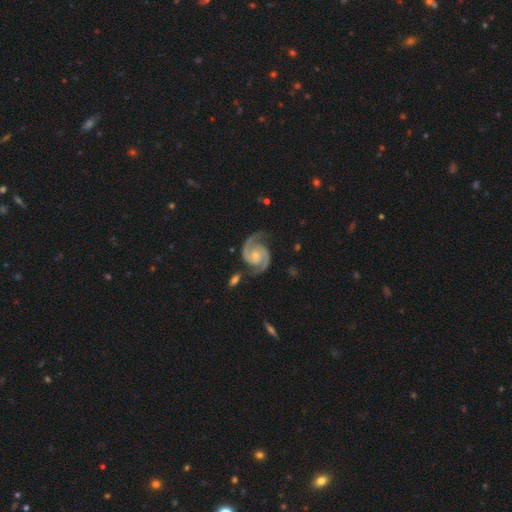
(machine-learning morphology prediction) smooth_or_featured: featured or disk (p=0.93) [alt: star or artifact p=0.04]
disk_edge_on: no (p=0.98) [alt: yes p=0.02]
bar: no (p=0.66) [alt: weak p=0.26]
has_spiral_arms: yes (p=0.99) [alt: no p=0.01]
spiral_winding: medium (p=0.57) [alt: tight p=0.33]
spiral_arm_count: 2 (p=0.94) [alt: 3 p=0.02]
bulge_size: small (p=0.61) [alt: moderate p=0.33]
merging: none (p=0.77) [alt: minor disturbance p=0.14]